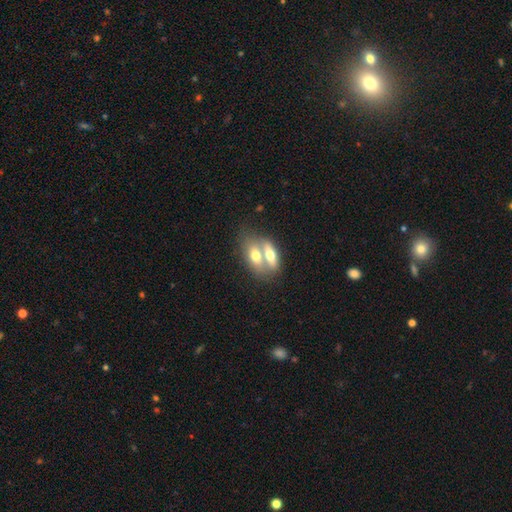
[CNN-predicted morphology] This is likely a smooth galaxy (60%). How rounded: clearly in between (80%). Merging: likely merger (69%).